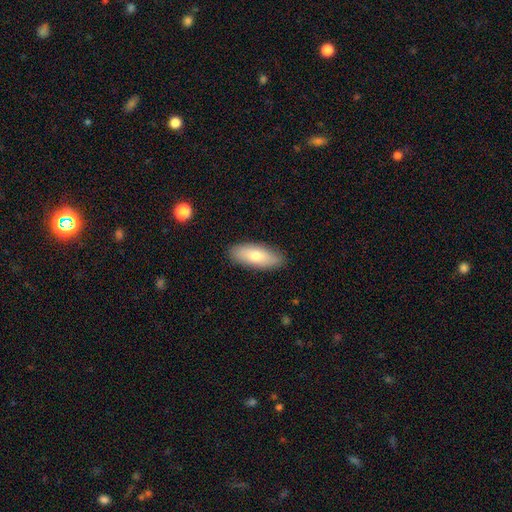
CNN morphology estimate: smooth-or-featured: smooth: 75% | featured or disk: 19% | star or artifact: 6%
  how-rounded: in between: 77% | cigar-shaped: 21% | round: 2%
  merging: none: 87% | minor disturbance: 10% | major disturbance: 2% | merger: 1%